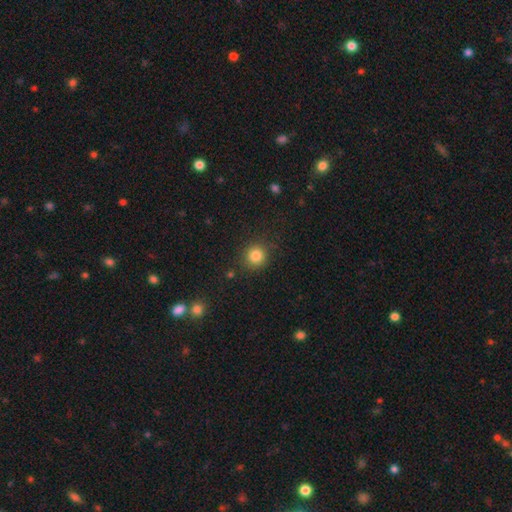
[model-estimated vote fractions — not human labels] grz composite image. It shows a smooth galaxy with no disk features (84%) that is round (91%). Merging: none (87%).